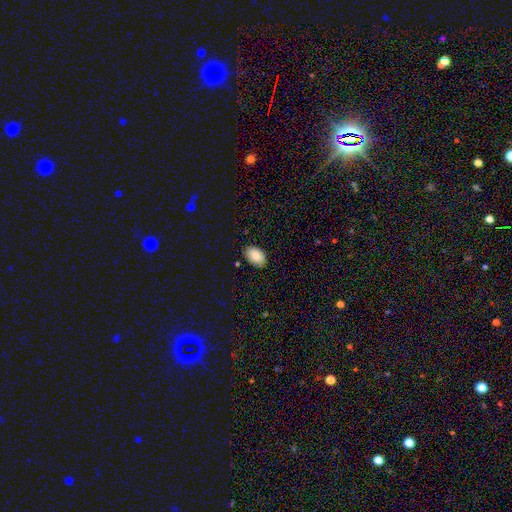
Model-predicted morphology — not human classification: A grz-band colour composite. It shows a smooth galaxy with no disk features (88%) that is in between round and cigar-shaped (89%). Merging: none (84%).